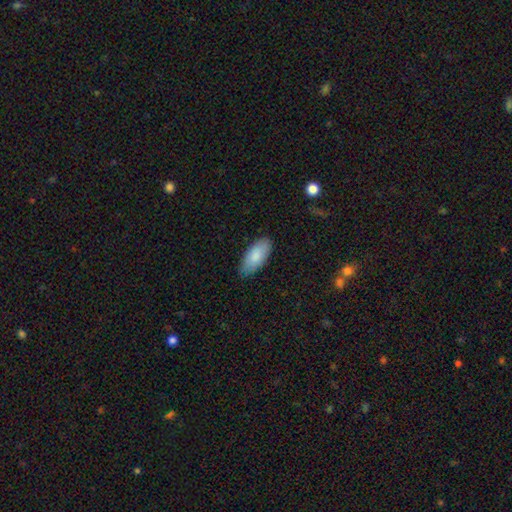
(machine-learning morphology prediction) This is clearly a smooth galaxy (86%). How rounded: clearly in between (88%). Merging: likely none (78%).